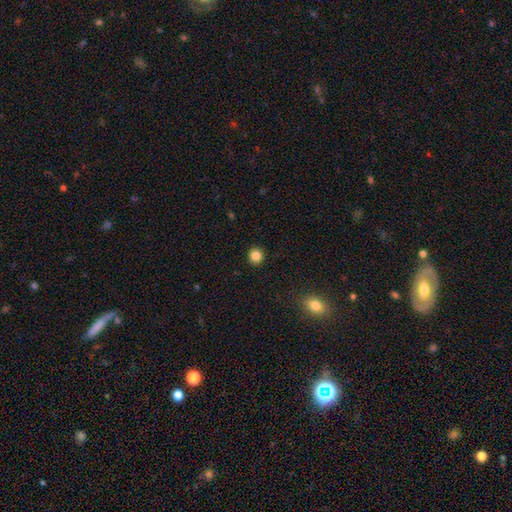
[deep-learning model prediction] This is clearly a smooth galaxy (84%). How rounded: clearly round (90%). Merging: clearly none (93%).